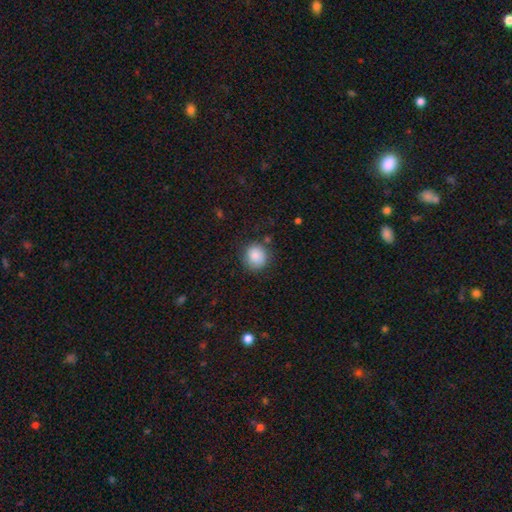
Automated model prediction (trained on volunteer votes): Overall: smooth (86%). How rounded: round (86%). Merging: none (83%).